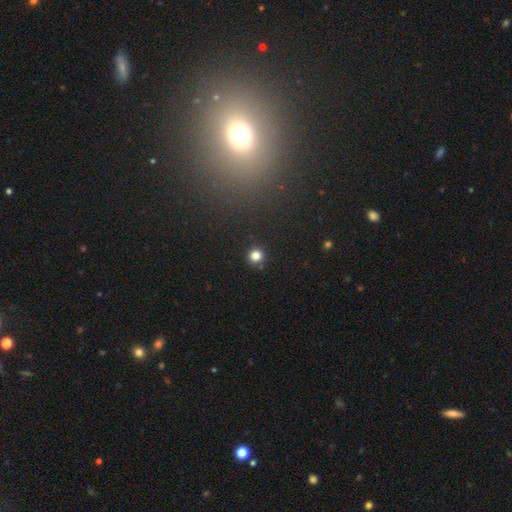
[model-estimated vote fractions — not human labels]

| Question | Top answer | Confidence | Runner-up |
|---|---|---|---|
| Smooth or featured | smooth | 81% | star or artifact (14%) |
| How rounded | round | 95% | in between (4%) |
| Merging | none | 91% | minor disturbance (5%) |